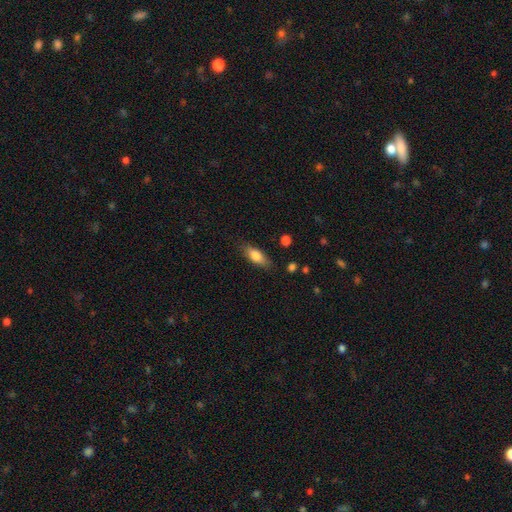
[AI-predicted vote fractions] This appears to be a smooth galaxy with no disk features (77%) that is in between round and cigar-shaped (75%). Merging: none (80%).